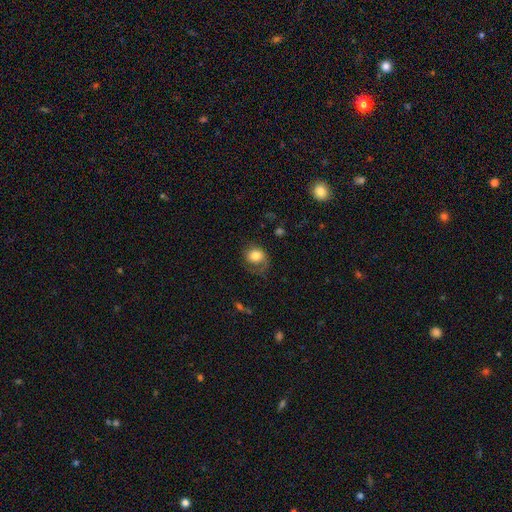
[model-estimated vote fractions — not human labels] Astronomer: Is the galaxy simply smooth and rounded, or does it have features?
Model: smooth — 73%.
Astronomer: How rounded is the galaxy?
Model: round — 64%.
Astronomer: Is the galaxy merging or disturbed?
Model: none — 48% (runner-up: minor disturbance, 26%).